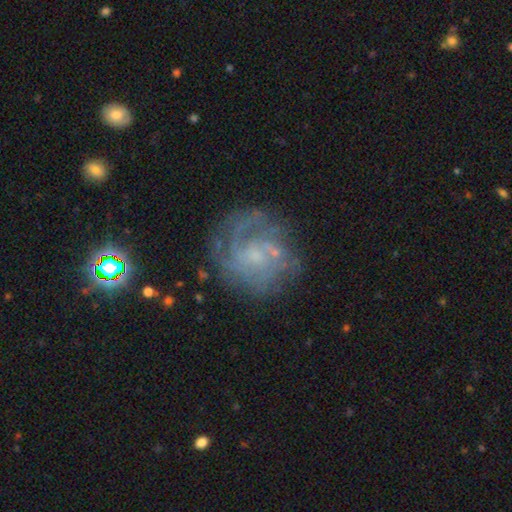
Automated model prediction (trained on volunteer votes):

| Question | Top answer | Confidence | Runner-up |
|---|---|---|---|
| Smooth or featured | featured or disk | 74% | smooth (16%) |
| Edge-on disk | no | 98% | yes (2%) |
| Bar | no | 65% | weak (31%) |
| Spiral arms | yes | 82% | no (18%) |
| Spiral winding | tight | 50% | medium (36%) |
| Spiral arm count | can't tell | 43% | 2 (19%) |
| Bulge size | small | 47% | none (31%) |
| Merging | none | 64% | minor disturbance (18%) |